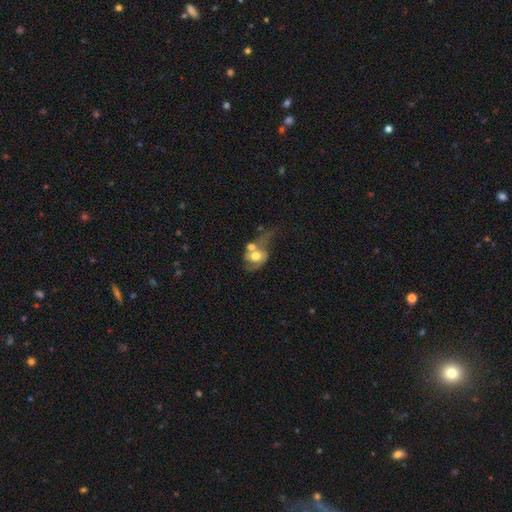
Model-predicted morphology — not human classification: featured or disk 50%, smooth 41%, star or artifact 9%. Down the decision tree: edge-on disk — no (94%); merging — merger (45%).